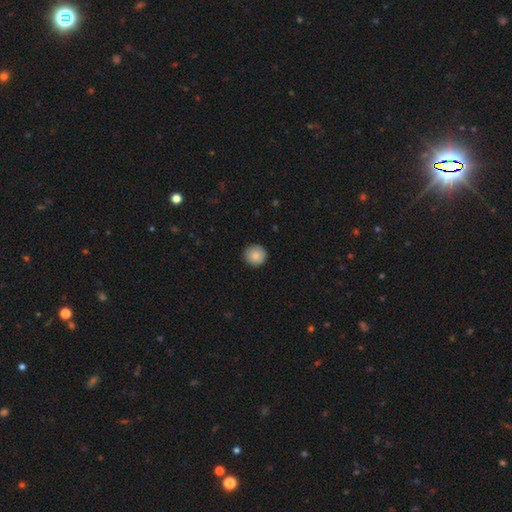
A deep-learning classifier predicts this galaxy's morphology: Smooth or featured: smooth — 87% (star or artifact — 8%)
How rounded: round — 94% (in between — 6%)
Merging: none — 89% (minor disturbance — 8%)